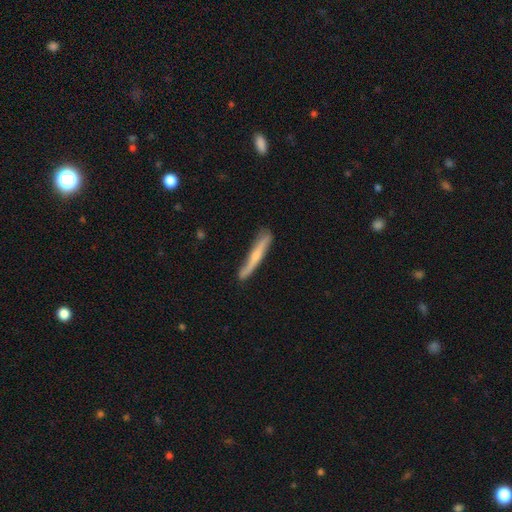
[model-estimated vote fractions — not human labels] smooth_or_featured: featured or disk (p=0.50) [alt: smooth p=0.45]
merging: none (p=0.71) [alt: minor disturbance p=0.22]